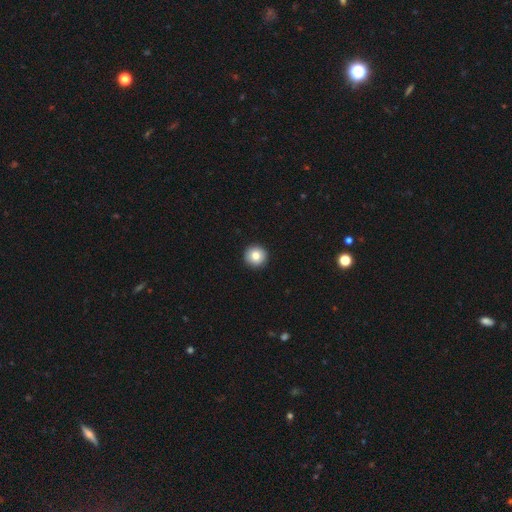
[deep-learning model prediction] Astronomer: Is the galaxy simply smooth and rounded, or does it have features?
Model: smooth — 82%.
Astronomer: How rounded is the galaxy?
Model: round — 96%.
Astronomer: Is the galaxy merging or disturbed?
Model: none — 93%.